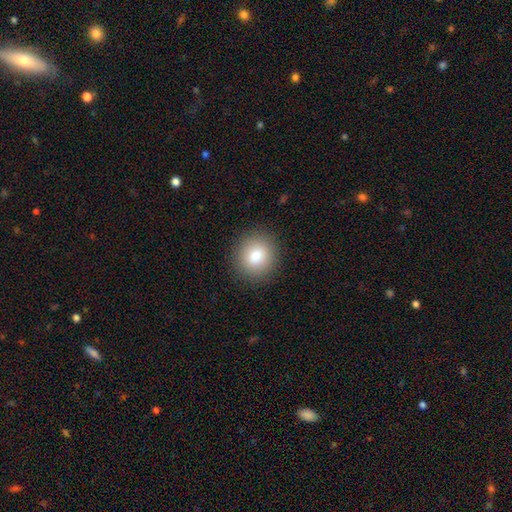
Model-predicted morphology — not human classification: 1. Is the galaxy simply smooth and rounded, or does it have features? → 81% smooth, 10% star or artifact, 9% featured or disk.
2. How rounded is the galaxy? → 88% round, 11% in between, 1% cigar-shaped.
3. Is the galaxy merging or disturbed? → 90% none, 6% minor disturbance, 2% major disturbance, 1% merger.